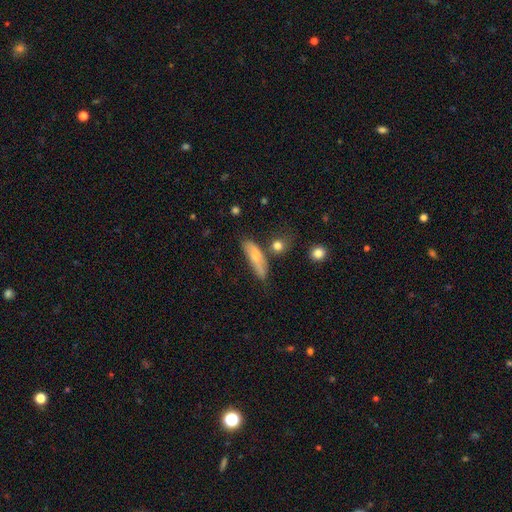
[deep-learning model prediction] Overall: smooth (67%). How rounded: cigar-shaped (49%; in between 46%). Merging: none (56%; minor disturbance 24%).